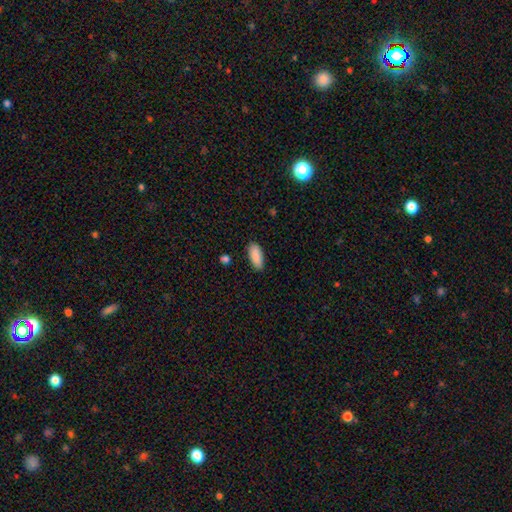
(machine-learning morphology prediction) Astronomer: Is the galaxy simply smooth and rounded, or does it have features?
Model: smooth — 90%.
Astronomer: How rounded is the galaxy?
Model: in between — 86%.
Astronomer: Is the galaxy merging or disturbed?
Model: none — 86%.